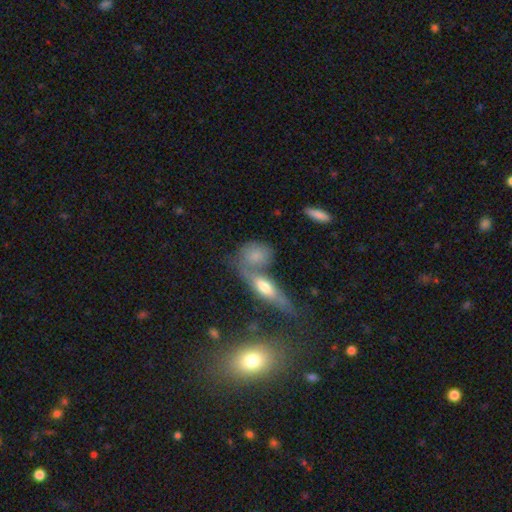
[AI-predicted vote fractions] smooth 66%, featured or disk 25%, star or artifact 8%. Down the decision tree: how rounded — in between (54%); merging — merger (45%).